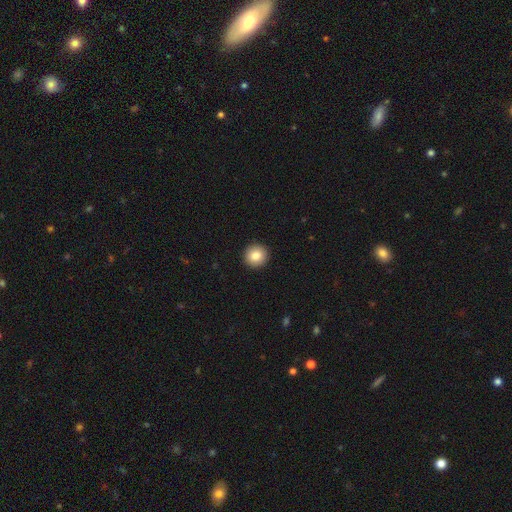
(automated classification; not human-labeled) Overall: smooth (84%). How rounded: round (94%). Merging: none (93%).